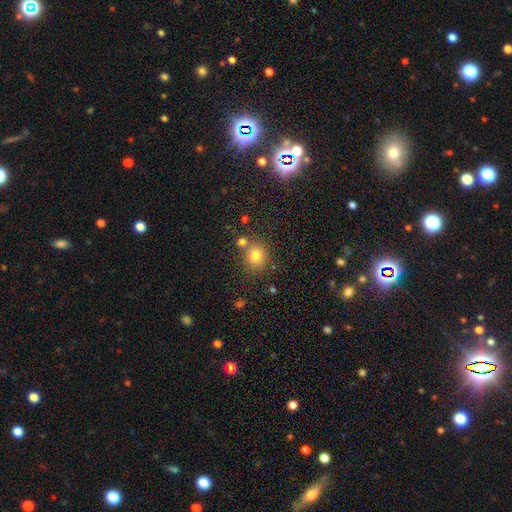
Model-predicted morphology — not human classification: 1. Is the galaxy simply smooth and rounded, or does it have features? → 78% smooth, 13% star or artifact, 9% featured or disk.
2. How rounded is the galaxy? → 80% round, 19% in between, 1% cigar-shaped.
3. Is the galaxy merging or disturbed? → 67% none, 19% merger, 11% minor disturbance, 4% major disturbance.